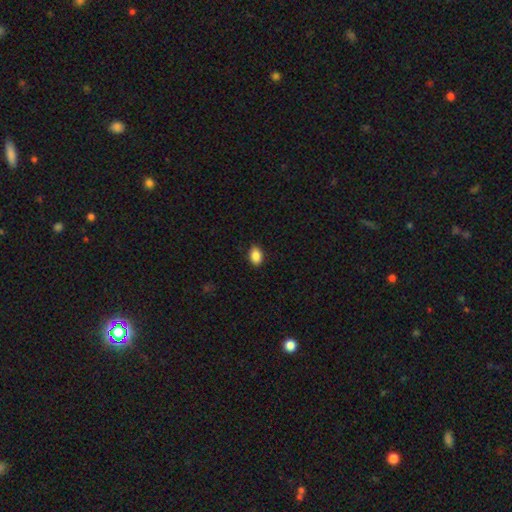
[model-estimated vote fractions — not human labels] A smooth galaxy with no disk features (88%) that is in between round and cigar-shaped (85%).

Vote fractions:
- Smooth or featured? smooth: 88% / star or artifact: 8% / featured or disk: 4%
- How rounded? in between: 85% / round: 13% / cigar-shaped: 1%
- Merging? none: 89% / minor disturbance: 8% / major disturbance: 2% / merger: 1%